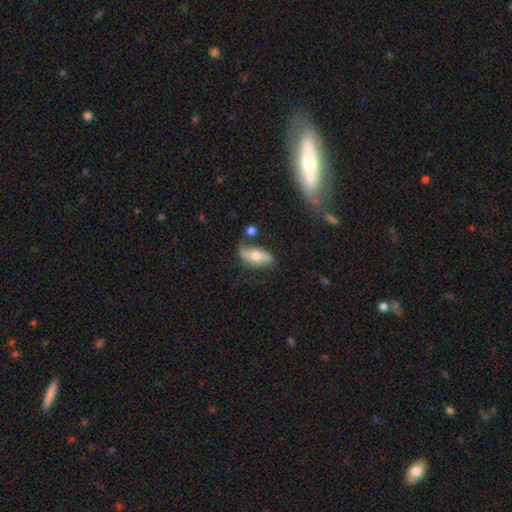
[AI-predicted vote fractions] Overall: featured or disk (47%; smooth 46%). Merging: none (57%; minor disturbance 24%).